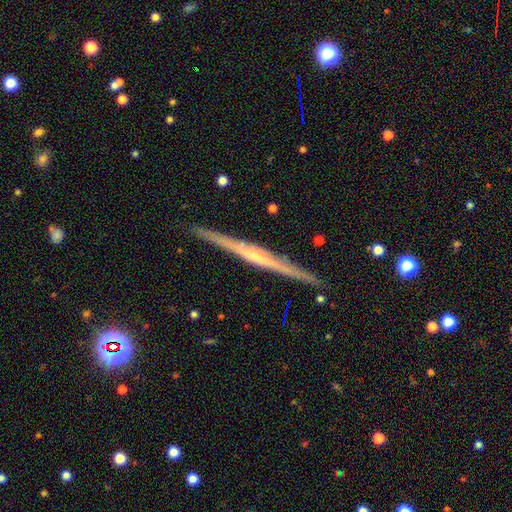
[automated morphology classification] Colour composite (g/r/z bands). It shows a featured or disk galaxy (82%) viewed edge-on (98%) with a rounded central bulge (58%). Merging: none (91%).